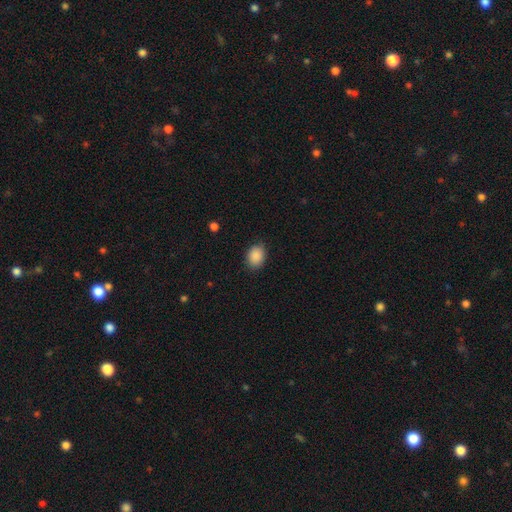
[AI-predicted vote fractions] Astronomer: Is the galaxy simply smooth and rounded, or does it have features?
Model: smooth — 90%.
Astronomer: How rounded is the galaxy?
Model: in between — 65%.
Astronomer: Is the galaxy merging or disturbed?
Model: none — 84%.